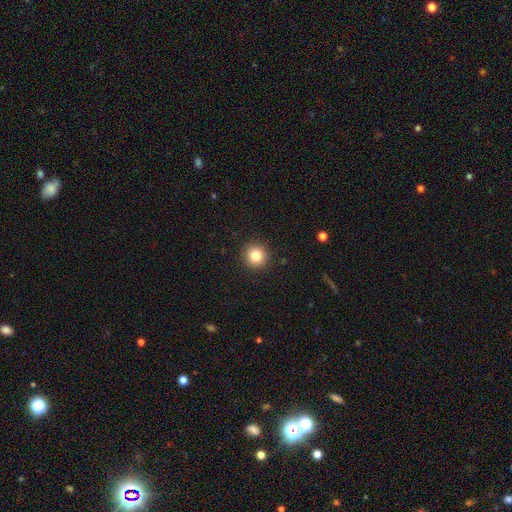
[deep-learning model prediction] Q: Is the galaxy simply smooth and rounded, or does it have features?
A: smooth — 82%.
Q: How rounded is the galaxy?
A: round — 93%.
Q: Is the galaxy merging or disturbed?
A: none — 92%.